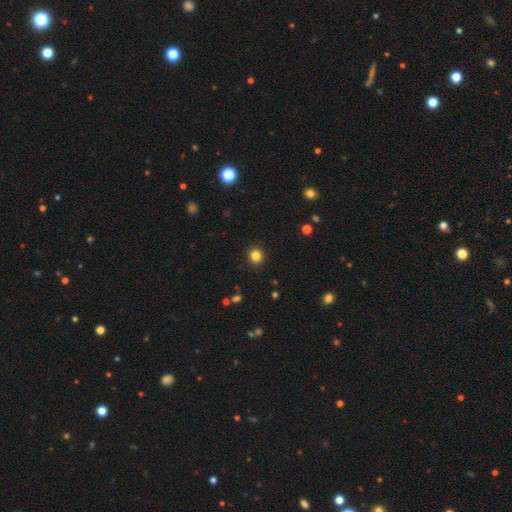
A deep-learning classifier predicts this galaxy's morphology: Smooth or featured? Predicted: smooth (p=0.83). How rounded? Predicted: round (p=0.88). Merging? Predicted: none (p=0.92).